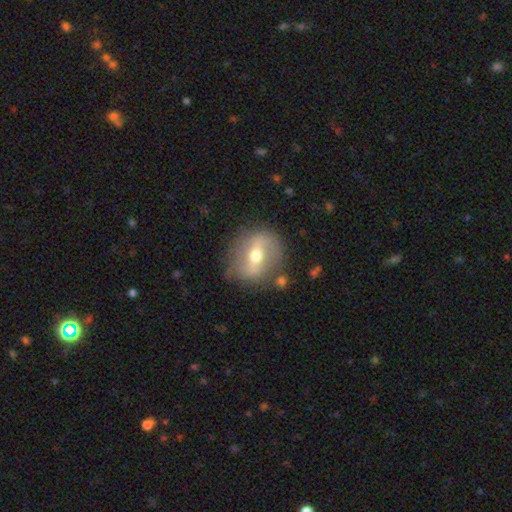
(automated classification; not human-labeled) The model was most divided on "spiral arms": no: 54%, yes: 46%. More confident: edge-on disk — no (86%); merging — none (80%); bulge size — moderate (72%); smooth or featured — featured or disk (65%); bar — strong (54%).